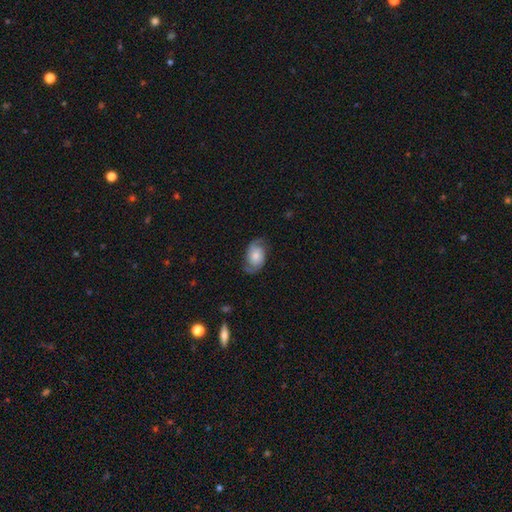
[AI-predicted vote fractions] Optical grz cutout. It shows a featured or disk galaxy (62%) with no bar (74%), 2 (87%) medium (44%) spiral arms (90%) and a moderate central bulge (45%). Merging: none (70%).